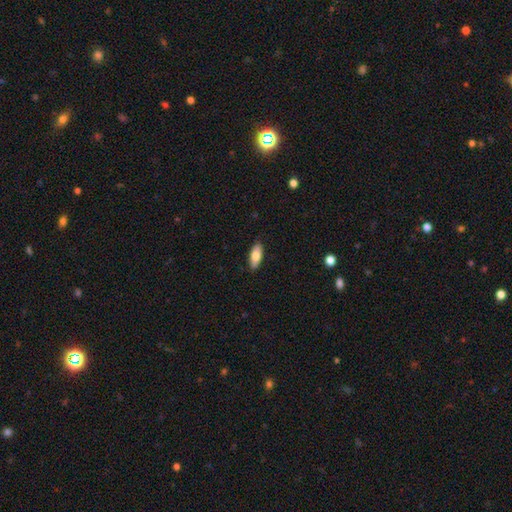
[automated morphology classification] A smooth galaxy with no disk features (76%) that is in between round and cigar-shaped (79%).

Vote fractions:
- Smooth or featured? smooth: 76% / featured or disk: 18% / star or artifact: 6%
- How rounded? in between: 79% / cigar-shaped: 18% / round: 2%
- Merging? none: 89% / minor disturbance: 8% / major disturbance: 2% / merger: 1%